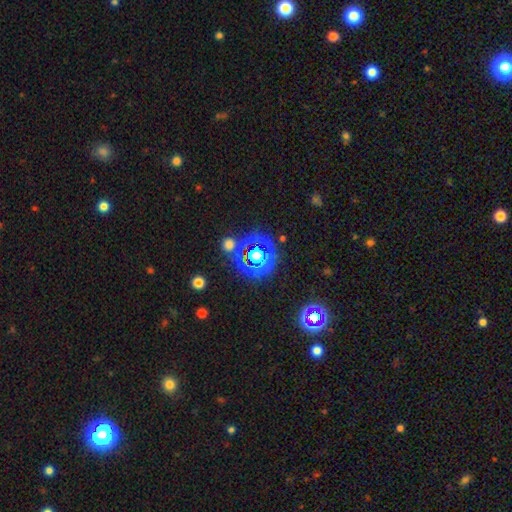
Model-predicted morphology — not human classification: Q: Smooth or featured?
A: star or artifact (63%); runner-up: smooth (26%)